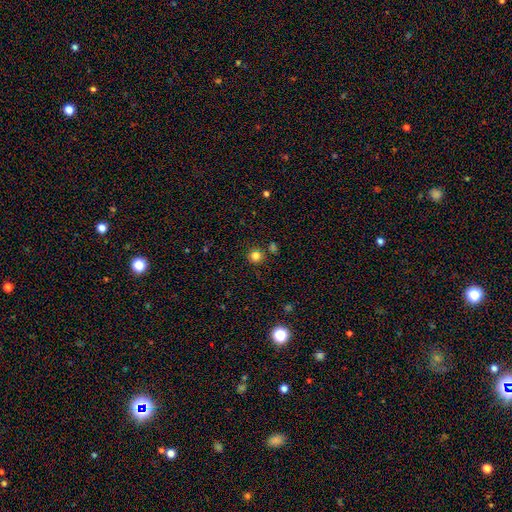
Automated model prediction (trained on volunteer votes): Smooth or featured?
  - smooth: 80% *
  - star or artifact: 15%
  - featured or disk: 5%
How rounded?
  - round: 94% *
  - in between: 5%
  - cigar-shaped: 1%
Merging?
  - none: 83% *
  - minor disturbance: 7%
  - merger: 7%
  - major disturbance: 3%